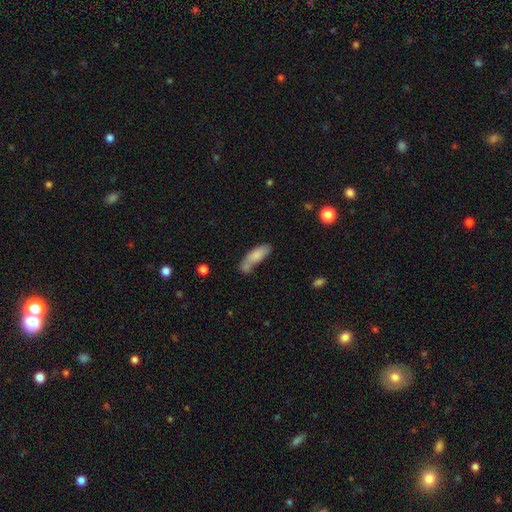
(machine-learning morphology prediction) Smooth or featured? smooth (79%)
How rounded? in between (59%)
Merging? none (40%)